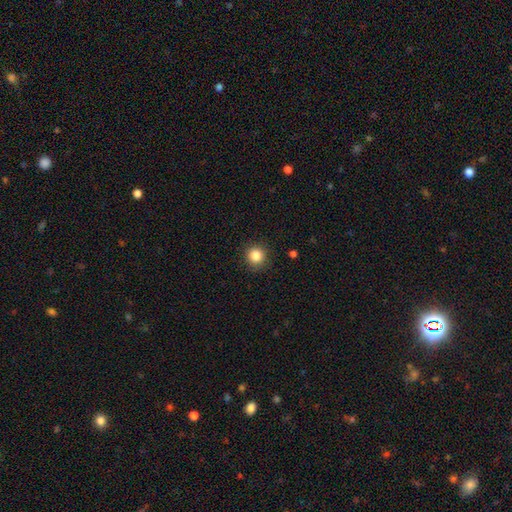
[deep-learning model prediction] smooth-or-featured: smooth: 85% | star or artifact: 11% | featured or disk: 5%
  how-rounded: round: 93% | in between: 6% | cigar-shaped: 1%
  merging: none: 90% | minor disturbance: 7% | major disturbance: 2% | merger: 1%